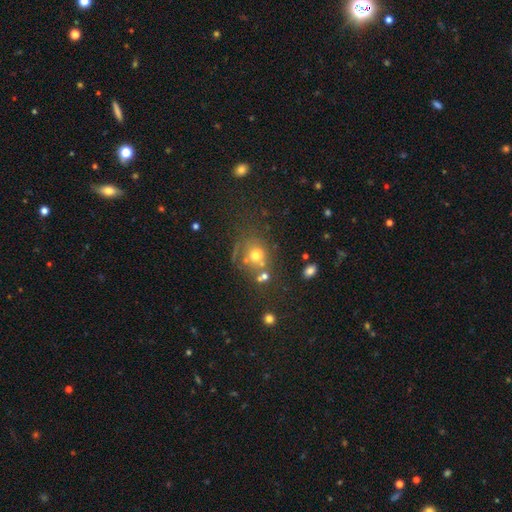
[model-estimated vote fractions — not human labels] A smooth galaxy with no disk features (61%) that is round (73%). Merging: none (48%).